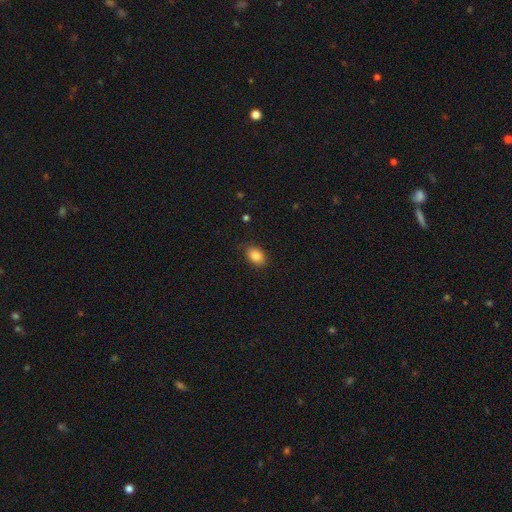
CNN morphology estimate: This appears to be a smooth galaxy with no disk features (87%) that is in between round and cigar-shaped (82%). Merging: none (83%).